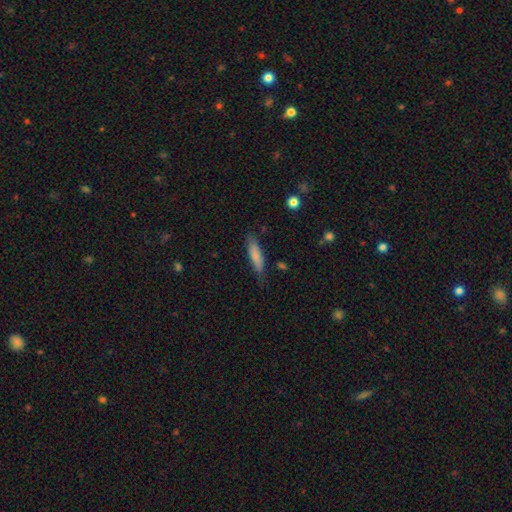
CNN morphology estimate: Smooth or featured? smooth (80%)
How rounded? cigar-shaped (70%)
Merging? none (75%)